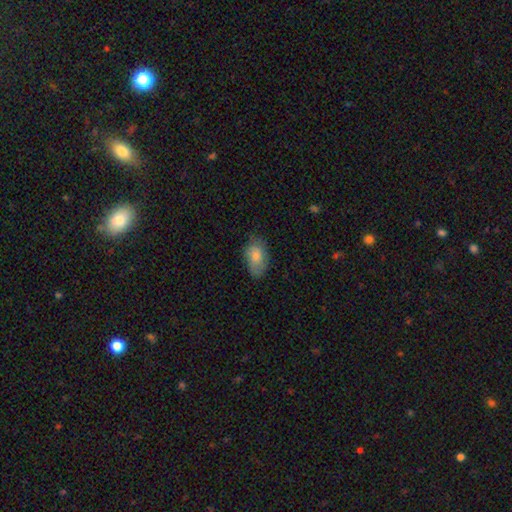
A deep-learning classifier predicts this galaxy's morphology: smooth 77%, featured or disk 15%, star or artifact 7%. Down the decision tree: how rounded — in between (91%); merging — none (71%).